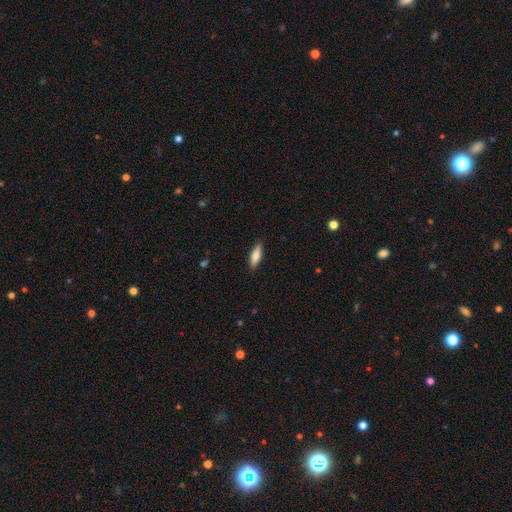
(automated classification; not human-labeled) smooth_or_featured: smooth (p=0.80) [alt: featured or disk p=0.15]
how_rounded: in between (p=0.50) [alt: cigar-shaped p=0.48]
merging: none (p=0.88) [alt: minor disturbance p=0.09]